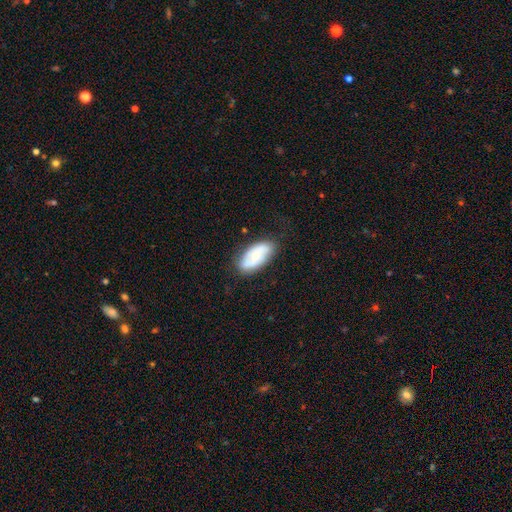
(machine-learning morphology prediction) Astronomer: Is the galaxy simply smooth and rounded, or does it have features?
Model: smooth — 48% (runner-up: featured or disk, 46%).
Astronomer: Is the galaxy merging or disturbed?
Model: none — 77%.